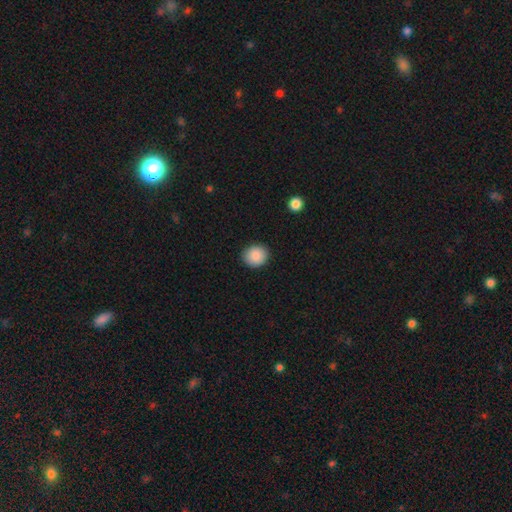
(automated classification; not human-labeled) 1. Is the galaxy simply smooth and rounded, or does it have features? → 89% smooth, 8% star or artifact, 4% featured or disk.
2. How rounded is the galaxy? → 77% round, 22% in between, 1% cigar-shaped.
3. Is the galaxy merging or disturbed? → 90% none, 7% minor disturbance, 2% major disturbance, 1% merger.